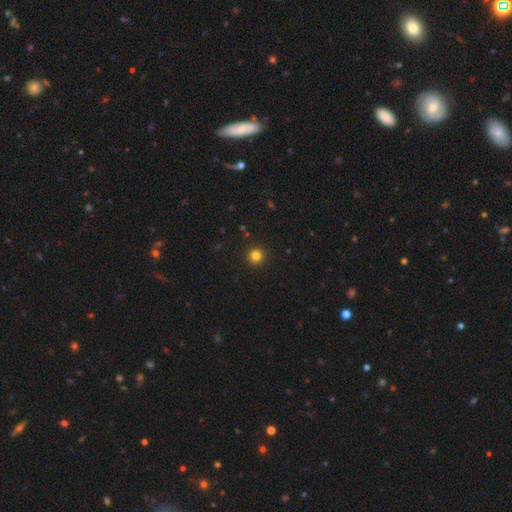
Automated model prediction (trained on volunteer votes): Smooth or featured? Predicted: smooth (p=0.82). How rounded? Predicted: round (p=0.96). Merging? Predicted: none (p=0.92).